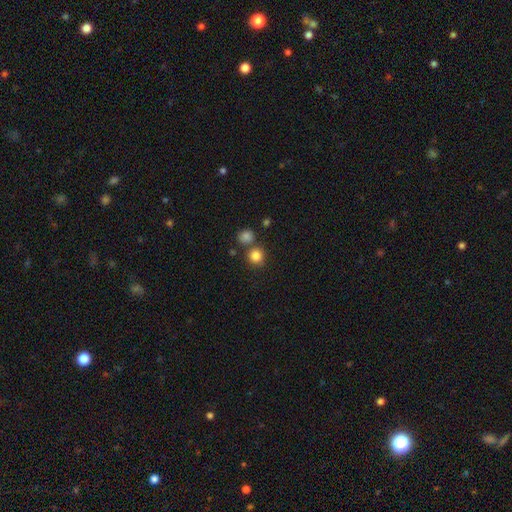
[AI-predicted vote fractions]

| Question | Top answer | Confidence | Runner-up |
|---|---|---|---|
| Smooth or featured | smooth | 83% | star or artifact (12%) |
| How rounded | round | 90% | in between (9%) |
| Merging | none | 71% | merger (17%) |